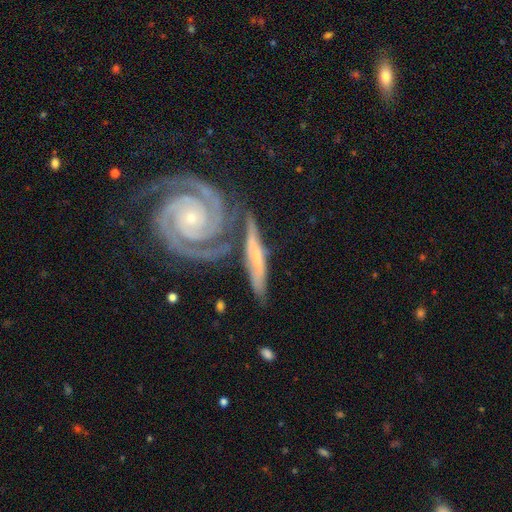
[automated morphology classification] A featured or disk galaxy (83%) with no bar (60%), 2 (77%) tight (75%) spiral arms (95%) and a small central bulge (76%).

Vote fractions:
- Smooth or featured? featured or disk: 83% / smooth: 12% / star or artifact: 5%
- Edge-on disk? no: 77% / yes: 23%
- Bar? no: 60% / weak: 22% / strong: 17%
- Spiral arms? yes: 95% / no: 5%
- Spiral winding? tight: 75% / medium: 20% / loose: 5%
- Spiral arm count? 2: 77% / can't tell: 8% / 3: 8% / 4: 2% / 1: 2% / more than 4: 2%
- Bulge size? small: 76% / moderate: 17% / none: 4% / large: 2% / dominant: 1%
- Merging? none: 56% / merger: 24% / minor disturbance: 15% / major disturbance: 5%